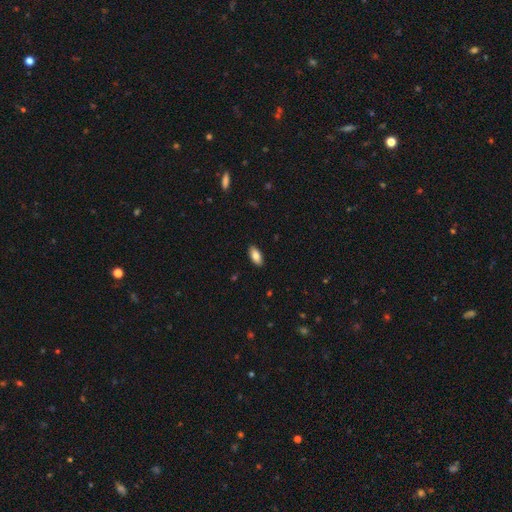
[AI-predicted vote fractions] A smooth galaxy with no disk features (84%) that is in between round and cigar-shaped (90%).

Vote fractions:
- Smooth or featured? smooth: 84% / featured or disk: 10% / star or artifact: 7%
- How rounded? in between: 90% / cigar-shaped: 8% / round: 2%
- Merging? none: 90% / minor disturbance: 7% / major disturbance: 2% / merger: 1%